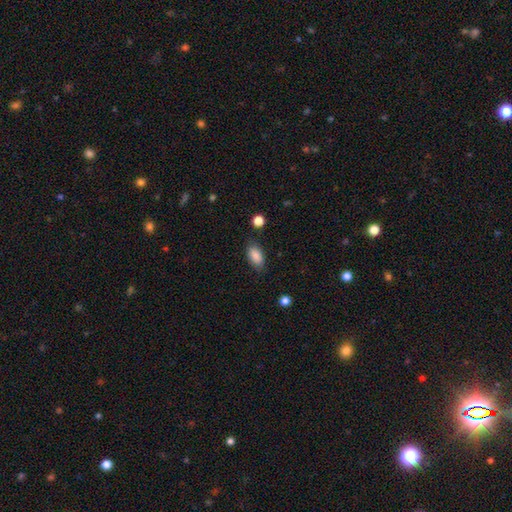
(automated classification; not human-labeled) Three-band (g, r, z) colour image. It shows a smooth galaxy with no disk features (87%) that is in between round and cigar-shaped (91%). Merging: none (79%).